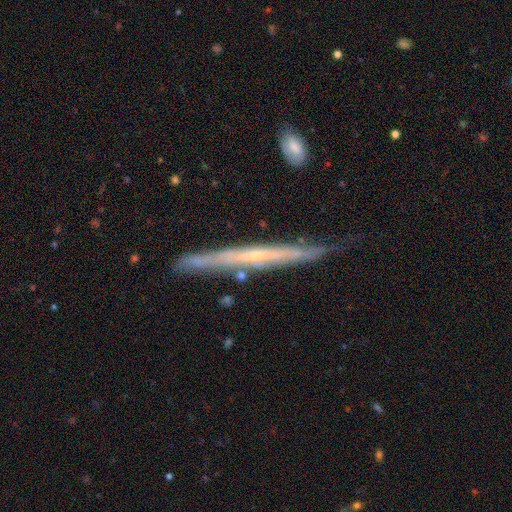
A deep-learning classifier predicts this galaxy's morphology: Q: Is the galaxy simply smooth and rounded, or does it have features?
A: featured or disk — 72%.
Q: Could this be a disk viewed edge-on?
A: yes — 94%.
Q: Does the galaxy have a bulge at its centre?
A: none — 67%.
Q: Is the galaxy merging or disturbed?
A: none — 74%.